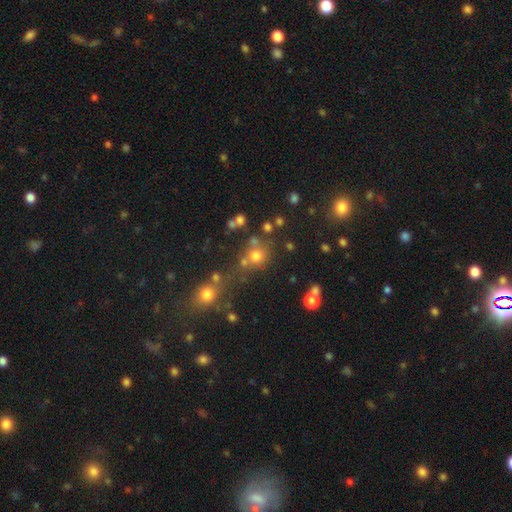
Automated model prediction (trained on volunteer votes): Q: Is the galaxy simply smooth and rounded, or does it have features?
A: smooth — 62%.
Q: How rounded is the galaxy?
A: round — 86%.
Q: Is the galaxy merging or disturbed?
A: none — 60%.